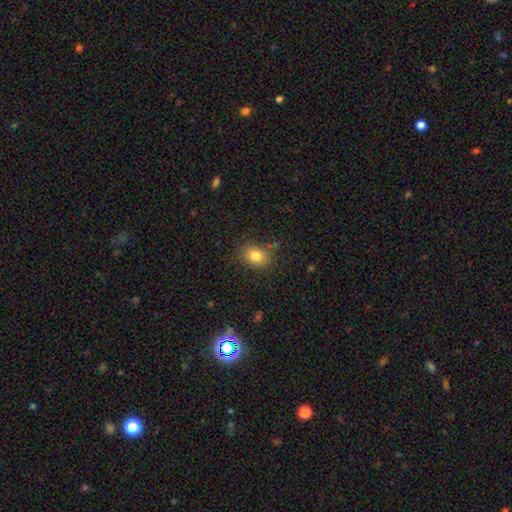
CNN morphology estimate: smooth 80%, star or artifact 11%, featured or disk 8%. Down the decision tree: how rounded — in between (59%); merging — none (80%).